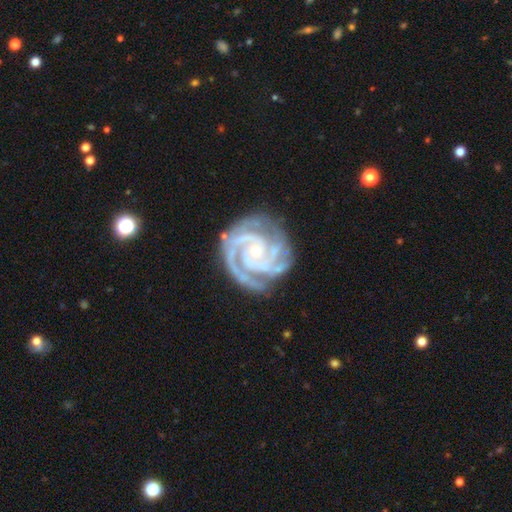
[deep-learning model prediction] Smooth or featured: featured or disk — 92% (star or artifact — 5%)
Edge-on disk: no — 98% (yes — 2%)
Bar: no — 62% (weak — 24%)
Spiral arms: yes — 99% (no — 1%)
Spiral winding: tight — 75% (medium — 23%)
Spiral arm count: 3 — 45% (2 — 26%)
Bulge size: small — 77% (moderate — 20%)
Merging: none — 73% (minor disturbance — 19%)